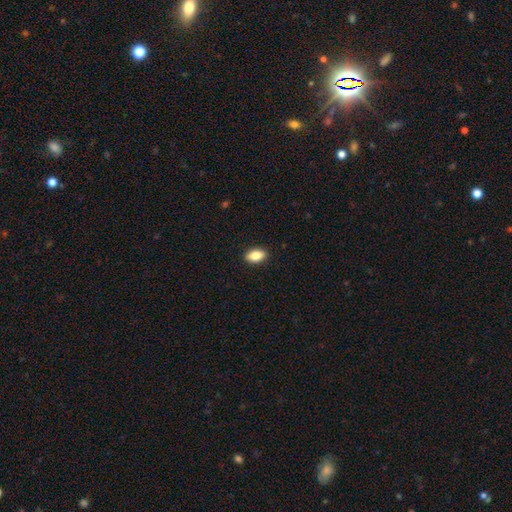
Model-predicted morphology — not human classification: This appears to be a smooth galaxy with no disk features (81%) that is in between round and cigar-shaped (88%). Merging: none (90%).